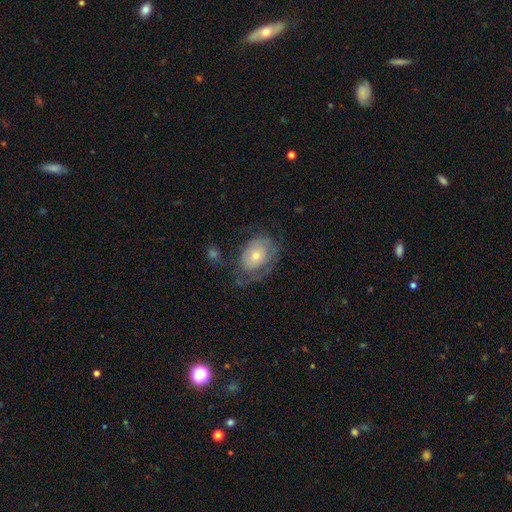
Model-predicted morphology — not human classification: smooth_or_featured: smooth (p=0.52) [alt: featured or disk p=0.40]
how_rounded: in between (p=0.72) [alt: round p=0.27]
merging: none (p=0.43) [alt: minor disturbance p=0.29]